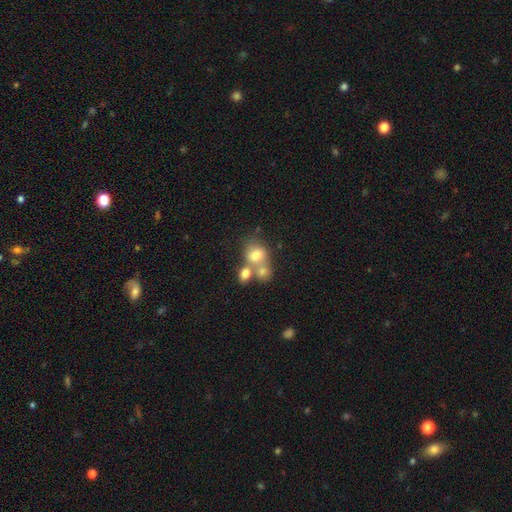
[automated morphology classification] A smooth galaxy with no disk features (72%) that is round (56%).

Vote fractions:
- Smooth or featured? smooth: 72% / featured or disk: 17% / star or artifact: 12%
- How rounded? round: 56% / in between: 42% / cigar-shaped: 1%
- Merging? merger: 52% / none: 33% / minor disturbance: 9% / major disturbance: 6%